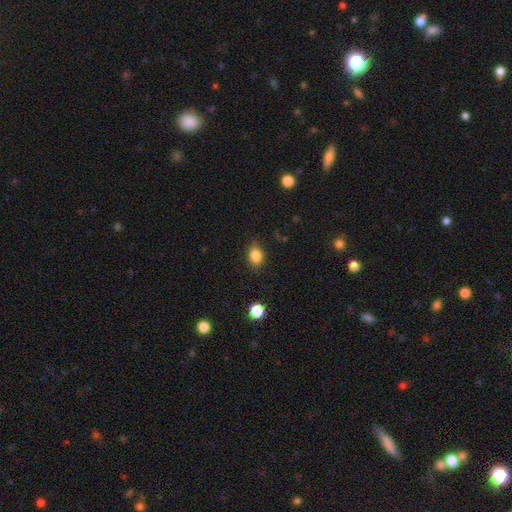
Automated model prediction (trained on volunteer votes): smooth-or-featured: smooth: 85% | star or artifact: 10% | featured or disk: 5%
  how-rounded: in between: 70% | round: 28% | cigar-shaped: 2%
  merging: none: 81% | minor disturbance: 15% | major disturbance: 3% | merger: 1%